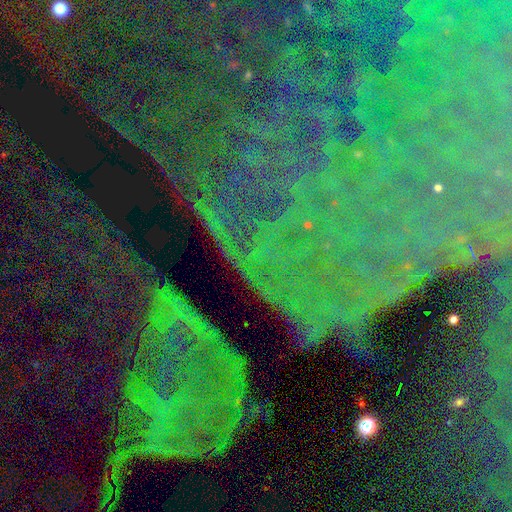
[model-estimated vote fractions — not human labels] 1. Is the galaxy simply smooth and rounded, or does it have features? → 83% star or artifact, 9% featured or disk, 8% smooth.